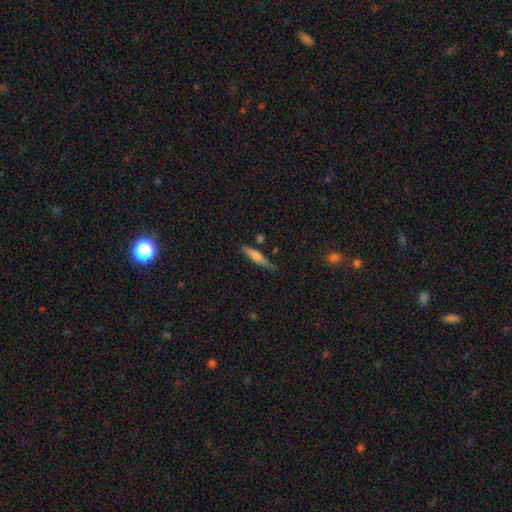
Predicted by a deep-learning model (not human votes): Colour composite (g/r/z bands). It shows a smooth galaxy with no disk features (63%) that is cigar-shaped (86%). Merging: none (71%).